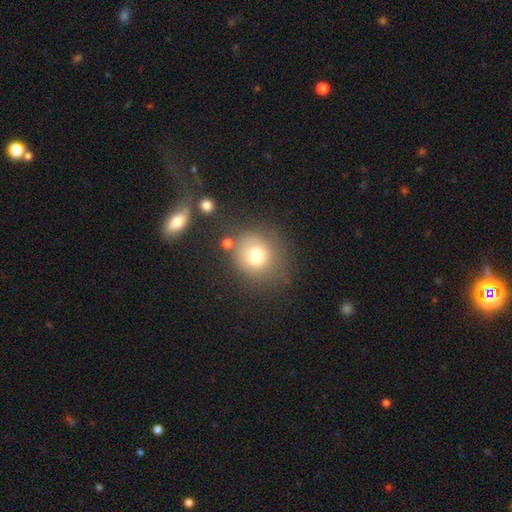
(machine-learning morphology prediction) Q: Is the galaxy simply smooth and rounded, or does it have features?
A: smooth — 74%.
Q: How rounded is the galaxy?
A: round — 84%.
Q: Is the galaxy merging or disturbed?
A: none — 70%.